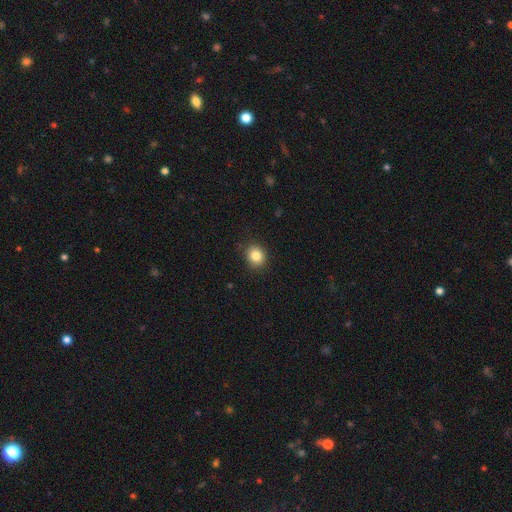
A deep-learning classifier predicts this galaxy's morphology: Smooth or featured: smooth — 84% (star or artifact — 10%)
How rounded: round — 79% (in between — 20%)
Merging: none — 88% (minor disturbance — 9%)